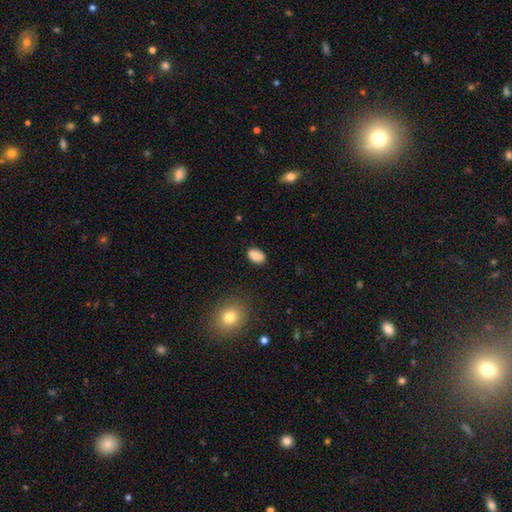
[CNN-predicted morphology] smooth_or_featured: smooth (p=0.88) [alt: star or artifact p=0.08]
how_rounded: in between (p=0.91) [alt: round p=0.08]
merging: none (p=0.85) [alt: minor disturbance p=0.11]